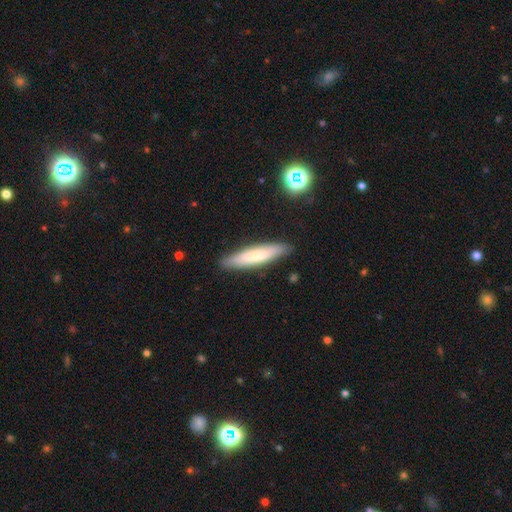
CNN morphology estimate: smooth_or_featured: smooth (p=0.68) [alt: featured or disk p=0.25]
how_rounded: cigar-shaped (p=0.83) [alt: in between p=0.16]
merging: none (p=0.87) [alt: minor disturbance p=0.09]